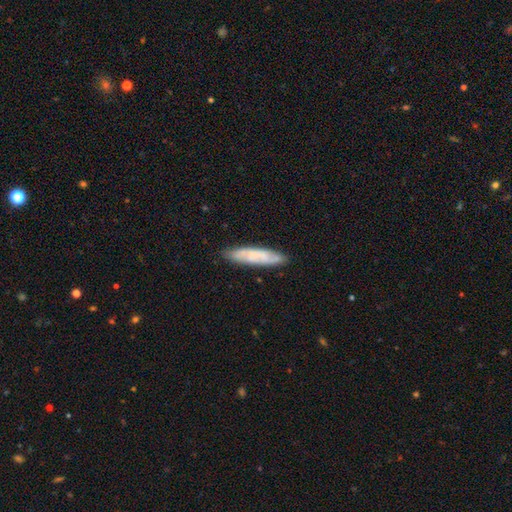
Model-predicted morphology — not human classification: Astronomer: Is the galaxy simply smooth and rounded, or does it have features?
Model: smooth — 54% (runner-up: featured or disk, 39%).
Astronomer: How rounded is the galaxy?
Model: cigar-shaped — 79%.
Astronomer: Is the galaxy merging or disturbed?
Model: none — 83%.